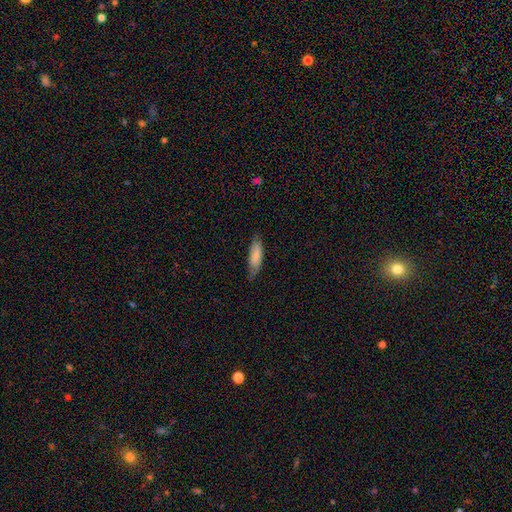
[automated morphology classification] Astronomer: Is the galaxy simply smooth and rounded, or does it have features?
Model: smooth — 76%.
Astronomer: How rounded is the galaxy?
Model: in between — 54% (runner-up: cigar-shaped, 44%).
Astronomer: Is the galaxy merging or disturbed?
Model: none — 70%.